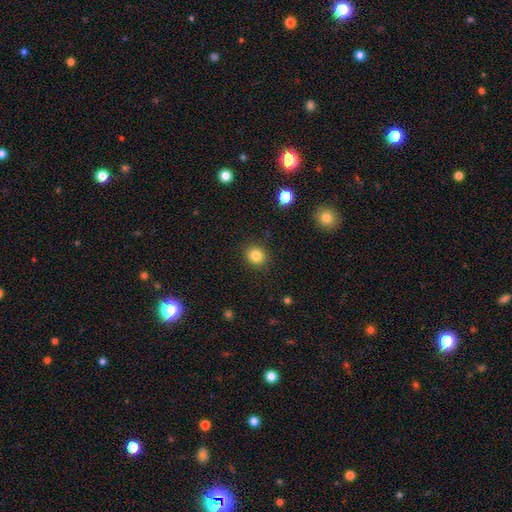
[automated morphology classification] Q: Smooth or featured?
A: smooth (82%); runner-up: star or artifact (12%)
Q: How rounded?
A: round (81%); runner-up: in between (18%)
Q: Merging?
A: none (90%); runner-up: minor disturbance (7%)